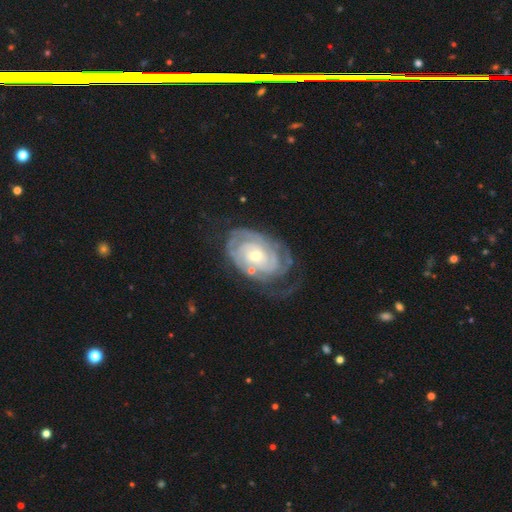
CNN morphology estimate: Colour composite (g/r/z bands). It shows a featured or disk galaxy (88%) with no bar (70%), tight (79%) spiral arms (95%) and a small central bulge (53%). Merging: none (59%).